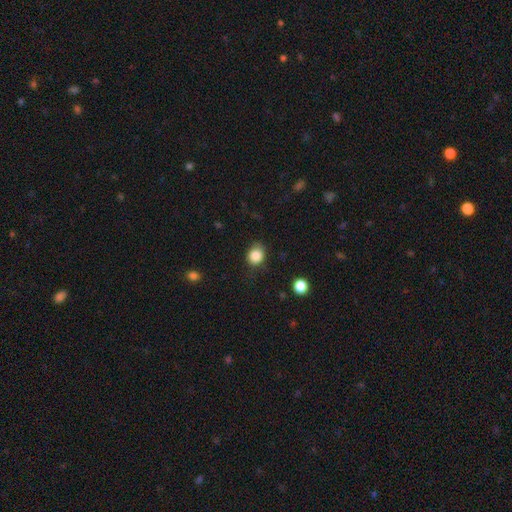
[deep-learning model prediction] This appears to be a smooth galaxy with no disk features (86%) that is round (67%). Merging: none (74%).